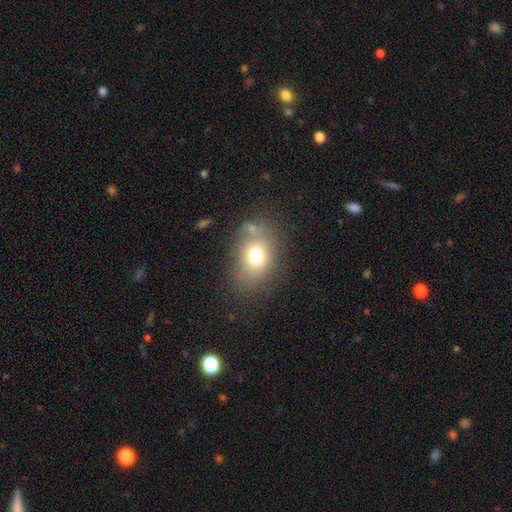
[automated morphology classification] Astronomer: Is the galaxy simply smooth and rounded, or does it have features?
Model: smooth — 72%.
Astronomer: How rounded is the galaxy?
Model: in between — 64%.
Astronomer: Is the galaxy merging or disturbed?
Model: none — 64%.